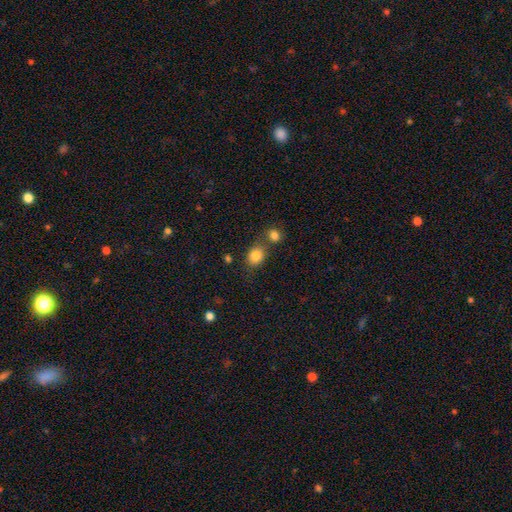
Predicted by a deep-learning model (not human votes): Smooth or featured: smooth — 83% (star or artifact — 10%)
How rounded: round — 51% (in between — 48%)
Merging: none — 58% (merger — 25%)